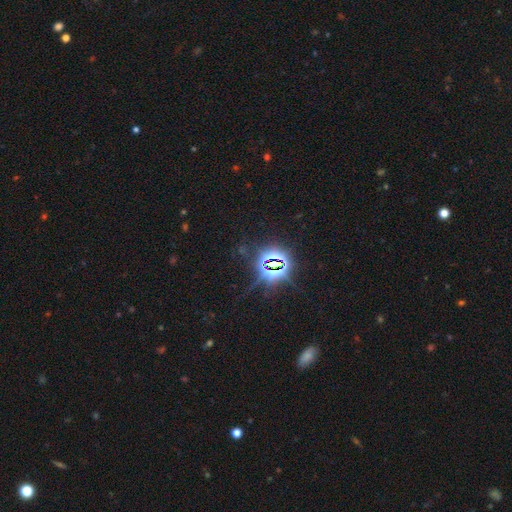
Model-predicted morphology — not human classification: star or artifact 82%, smooth 10%, featured or disk 8%.